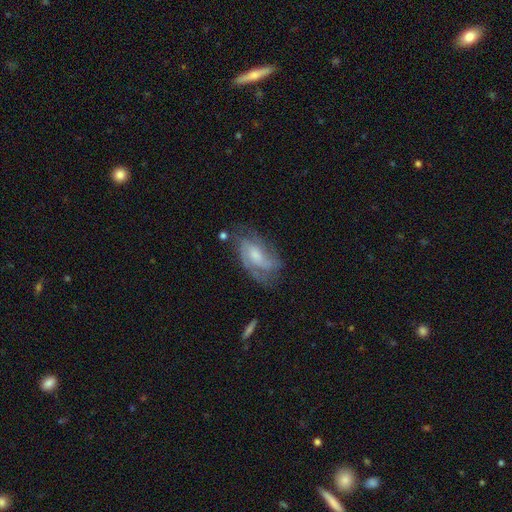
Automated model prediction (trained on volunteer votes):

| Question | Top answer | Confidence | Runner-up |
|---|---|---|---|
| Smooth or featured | featured or disk | 75% | smooth (18%) |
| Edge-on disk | no | 95% | yes (5%) |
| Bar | no | 55% | weak (38%) |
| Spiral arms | yes | 90% | no (10%) |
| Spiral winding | medium | 45% | tight (38%) |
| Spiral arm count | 2 | 42% | can't tell (26%) |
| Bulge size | moderate | 41% | small (35%) |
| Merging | none | 58% | minor disturbance (24%) |